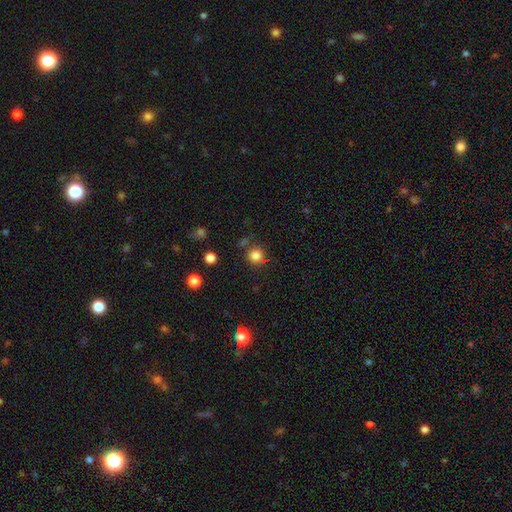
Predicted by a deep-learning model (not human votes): smooth-or-featured: smooth: 82% | star or artifact: 13% | featured or disk: 4%
  how-rounded: round: 94% | in between: 5% | cigar-shaped: 1%
  merging: none: 81% | minor disturbance: 9% | merger: 7% | major disturbance: 3%